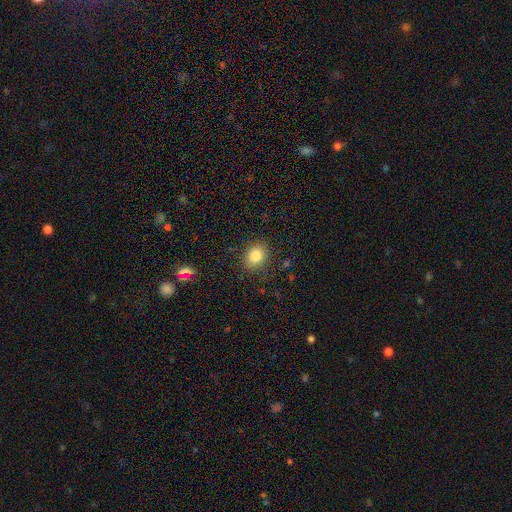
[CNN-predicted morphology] Smooth or featured? smooth (83%)
How rounded? in between (59%)
Merging? none (84%)